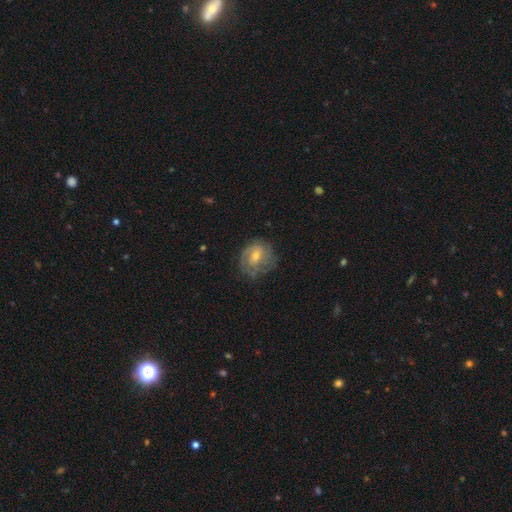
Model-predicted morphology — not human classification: Q: Smooth or featured?
A: featured or disk (58%); runner-up: smooth (33%)
Q: Edge-on disk?
A: no (97%); runner-up: yes (3%)
Q: Bar?
A: no (56%); runner-up: weak (37%)
Q: Spiral arms?
A: yes (75%); runner-up: no (25%)
Q: Bulge size?
A: moderate (51%); runner-up: small (43%)
Q: Merging?
A: none (64%); runner-up: minor disturbance (23%)